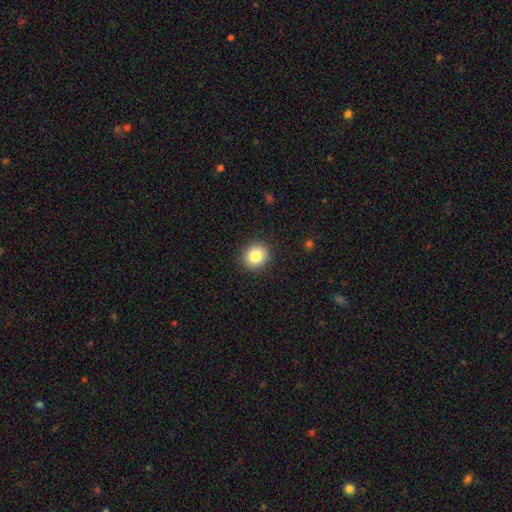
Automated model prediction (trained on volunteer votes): Overall: smooth (84%). How rounded: round (79%). Merging: none (90%).